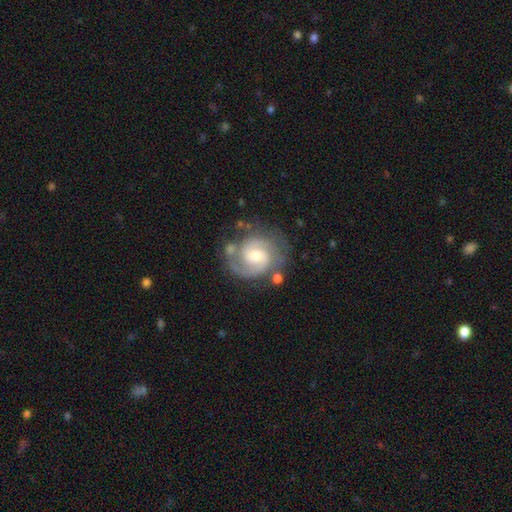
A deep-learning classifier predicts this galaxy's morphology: featured or disk 88%, smooth 7%, star or artifact 5%. Down the decision tree: edge-on disk — no (98%); bar — no (47%); spiral arms — yes (97%); spiral arm count — 2 (83%); spiral winding — medium (46%); bulge size — moderate (54%); merging — none (70%).